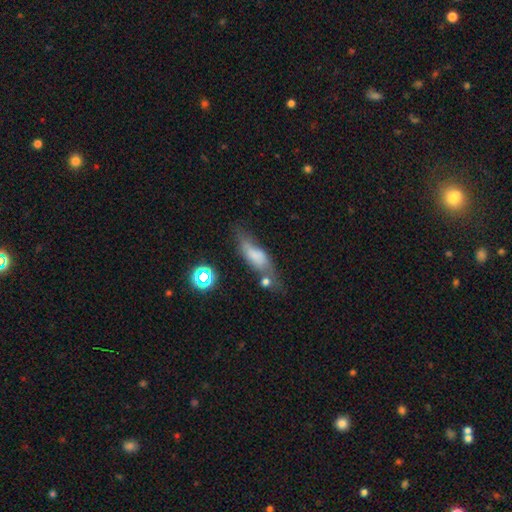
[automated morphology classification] Smooth or featured? Predicted: smooth (p=0.59). How rounded? Predicted: in between (p=0.57). Merging? Predicted: none (p=0.39).